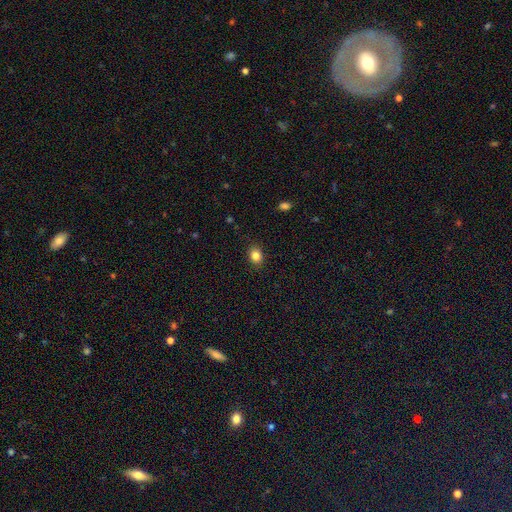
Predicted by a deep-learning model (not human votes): A smooth galaxy with no disk features (84%) that is in between round and cigar-shaped (56%). Merging: none (87%).